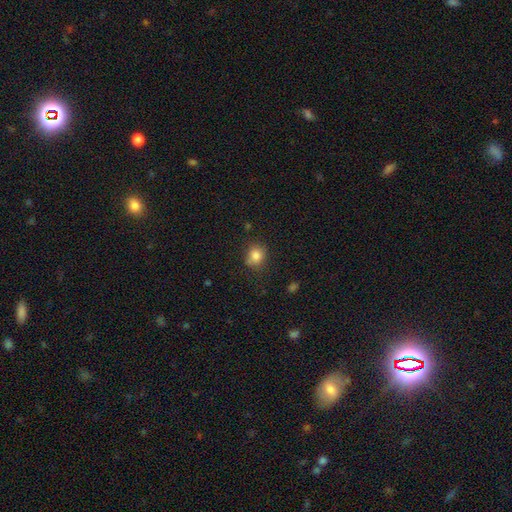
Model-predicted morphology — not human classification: type=smooth (84%); roundness=round (72%); merging=none (77%).